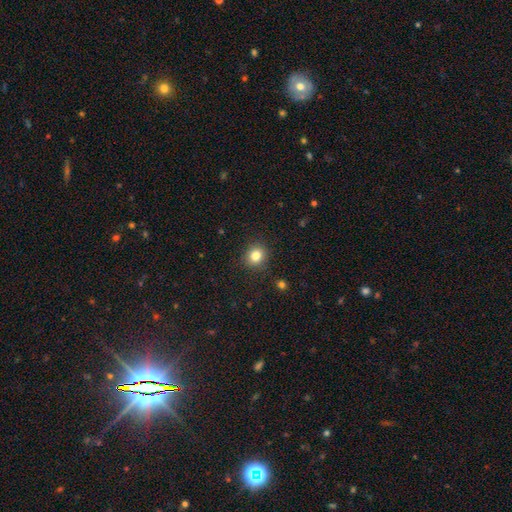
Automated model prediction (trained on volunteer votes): Smooth or featured? smooth (82%)
How rounded? round (81%)
Merging? none (89%)